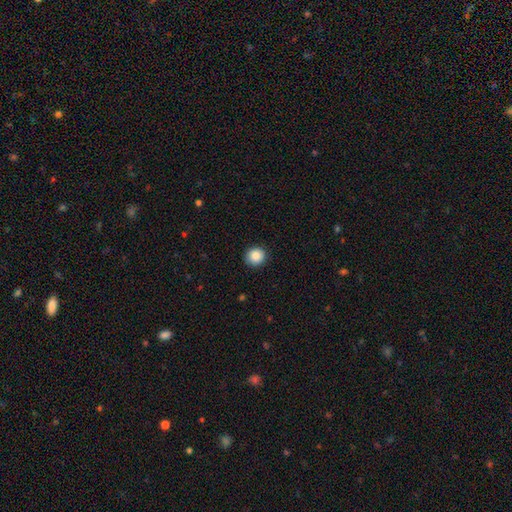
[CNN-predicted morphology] Overall: smooth (87%). How rounded: round (91%). Merging: none (91%).